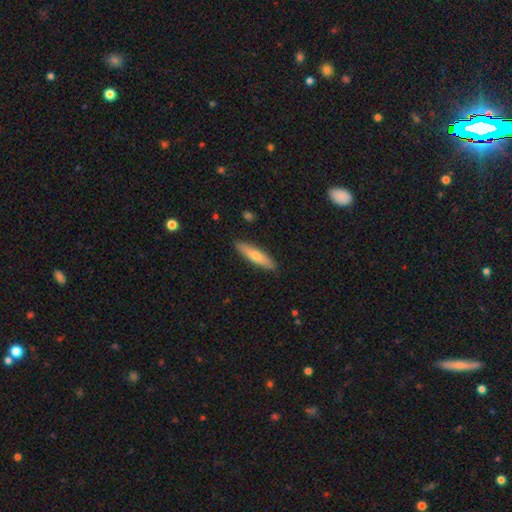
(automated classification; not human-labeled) smooth 60%, featured or disk 34%, star or artifact 6%. Down the decision tree: how rounded — cigar-shaped (77%); merging — none (89%).